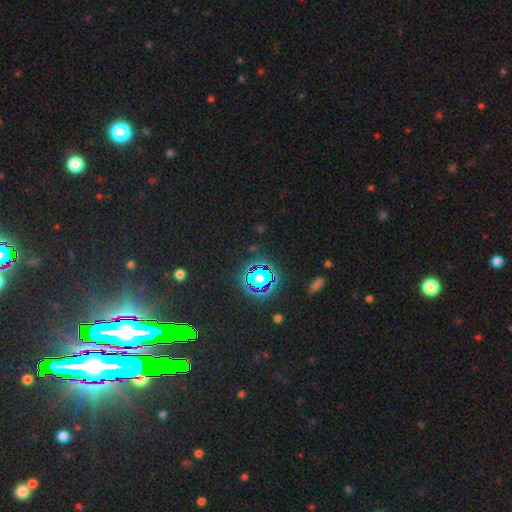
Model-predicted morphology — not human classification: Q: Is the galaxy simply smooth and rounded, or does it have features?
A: star or artifact — 80%.